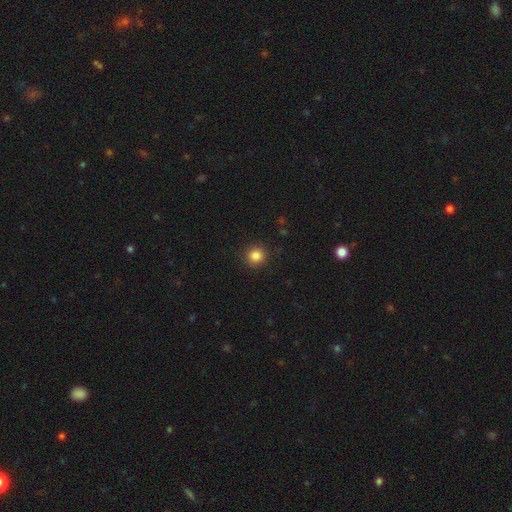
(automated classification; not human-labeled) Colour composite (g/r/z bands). It shows a smooth galaxy with no disk features (85%) that is round (94%). Merging: none (92%).